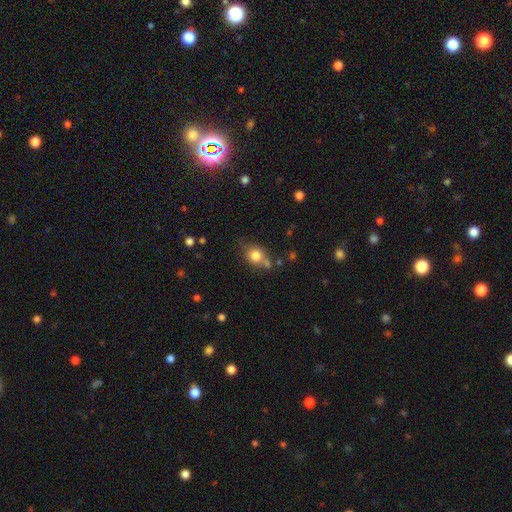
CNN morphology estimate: A smooth galaxy with no disk features (78%) that is round (59%). Merging: none (55%).